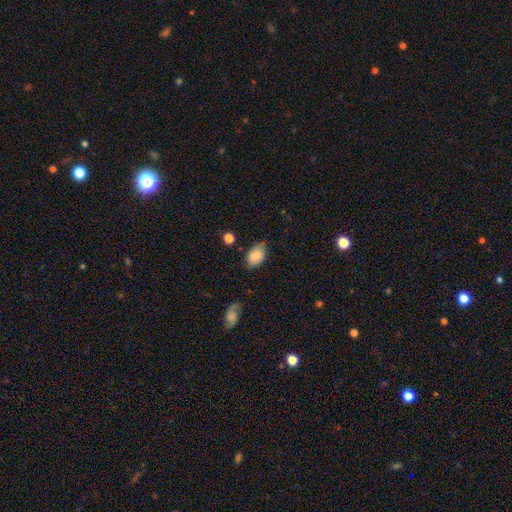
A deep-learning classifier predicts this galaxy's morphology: A smooth galaxy with no disk features (82%) that is in between round and cigar-shaped (88%).

Vote fractions:
- Smooth or featured? smooth: 82% / featured or disk: 11% / star or artifact: 7%
- How rounded? in between: 88% / round: 11% / cigar-shaped: 1%
- Merging? none: 70% / minor disturbance: 23% / major disturbance: 5% / merger: 2%